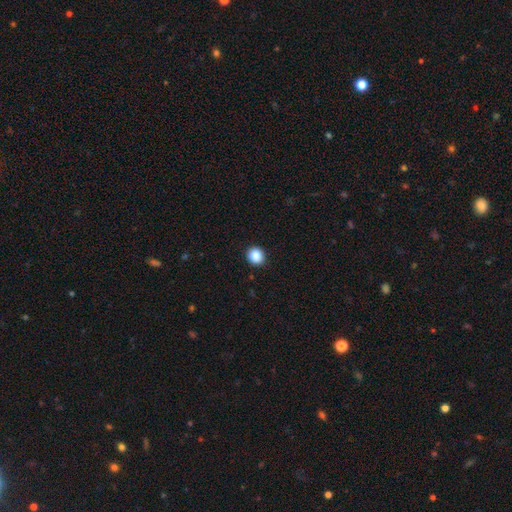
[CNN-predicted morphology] Smooth or featured?
  - smooth: 88% *
  - star or artifact: 9%
  - featured or disk: 3%
How rounded?
  - round: 82% *
  - in between: 17%
  - cigar-shaped: 1%
Merging?
  - none: 92% *
  - minor disturbance: 6%
  - major disturbance: 2%
  - merger: 1%